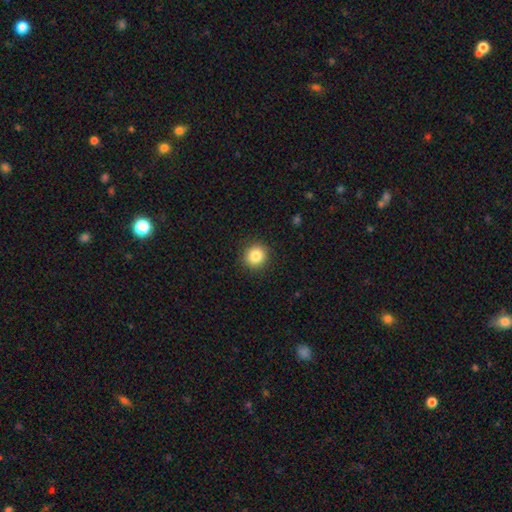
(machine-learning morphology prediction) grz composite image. It shows a smooth galaxy with no disk features (85%) that is round (91%). Merging: none (91%).